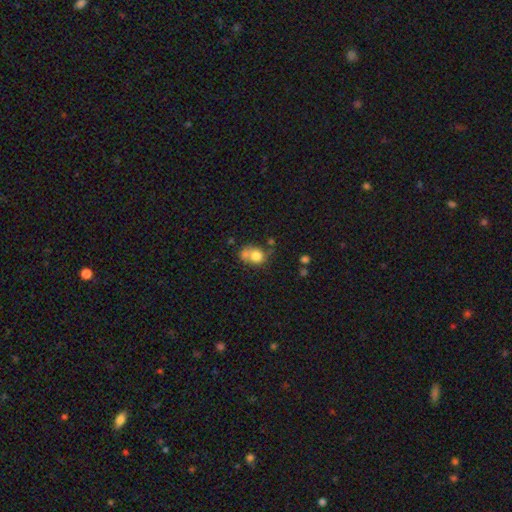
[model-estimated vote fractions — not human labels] Q: Smooth or featured?
A: smooth (75%); runner-up: featured or disk (15%)
Q: How rounded?
A: round (64%); runner-up: in between (36%)
Q: Merging?
A: merger (44%); runner-up: none (33%)